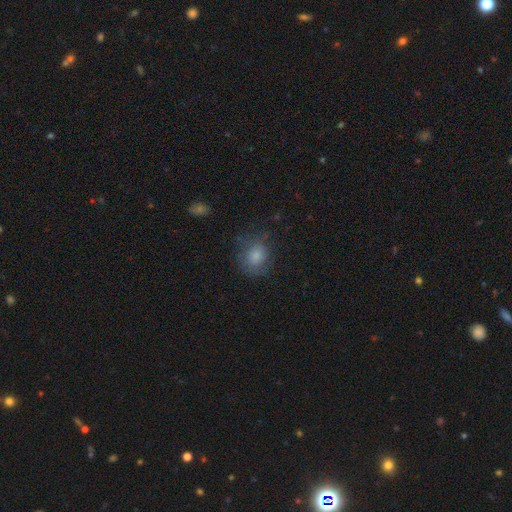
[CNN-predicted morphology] This appears to be a smooth galaxy with no disk features (76%) that is round (70%). Merging: none (65%).